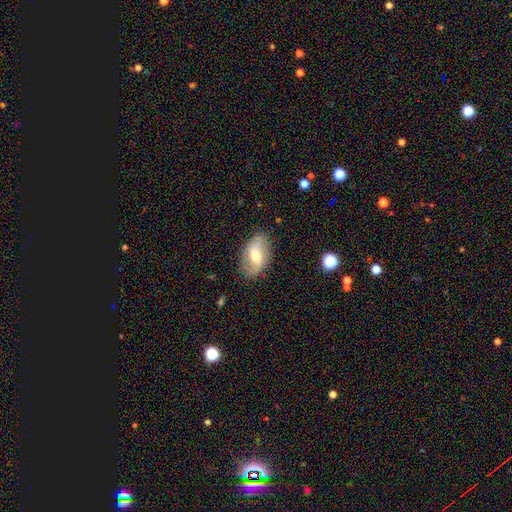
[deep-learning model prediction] Smooth or featured?
  - featured or disk: 58% *
  - smooth: 35%
  - star or artifact: 7%
Edge-on disk?
  - no: 95% *
  - yes: 5%
Bar?
  - weak: 50% *
  - no: 29%
  - strong: 21%
Spiral arms?
  - yes: 81% *
  - no: 19%
Bulge size?
  - moderate: 65% *
  - small: 23%
  - large: 9%
  - none: 2%
  - dominant: 1%
Merging?
  - none: 82% *
  - minor disturbance: 13%
  - major disturbance: 4%
  - merger: 1%